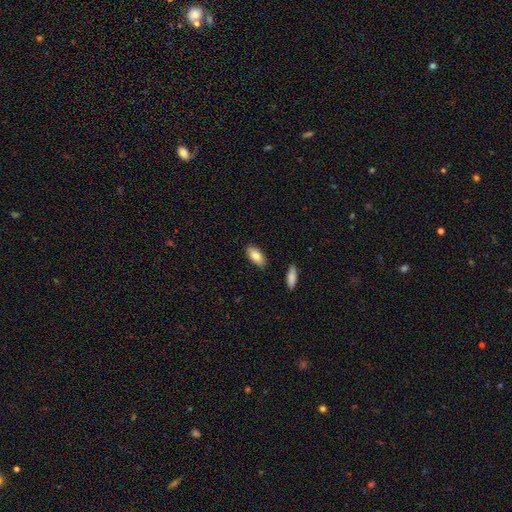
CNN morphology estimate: A smooth galaxy with no disk features (83%) that is in between round and cigar-shaped (89%).

Vote fractions:
- Smooth or featured? smooth: 83% / featured or disk: 11% / star or artifact: 6%
- How rounded? in between: 89% / cigar-shaped: 9% / round: 2%
- Merging? none: 86% / minor disturbance: 10% / merger: 2% / major disturbance: 2%